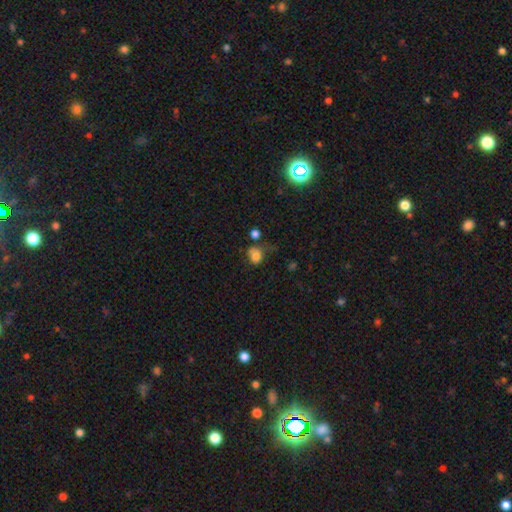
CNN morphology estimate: A smooth galaxy with no disk features (76%) that is round (56%).

Vote fractions:
- Smooth or featured? smooth: 76% / star or artifact: 13% / featured or disk: 11%
- How rounded? round: 56% / in between: 43% / cigar-shaped: 1%
- Merging? none: 39% / minor disturbance: 29% / major disturbance: 20% / merger: 11%